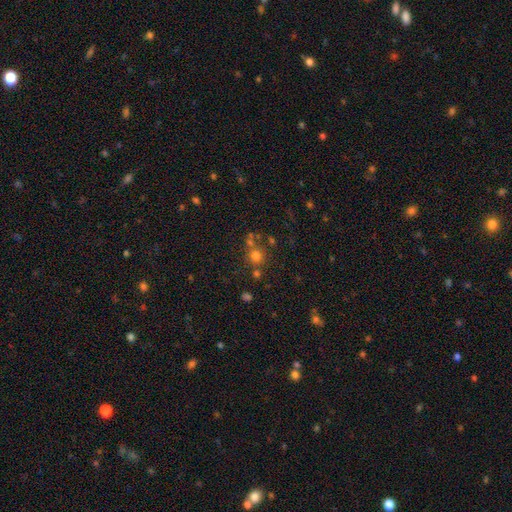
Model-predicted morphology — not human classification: A smooth galaxy with no disk features (70%) that is round (89%).

Vote fractions:
- Smooth or featured? smooth: 70% / star or artifact: 20% / featured or disk: 10%
- How rounded? round: 89% / in between: 10% / cigar-shaped: 1%
- Merging? none: 66% / merger: 20% / minor disturbance: 10% / major disturbance: 5%